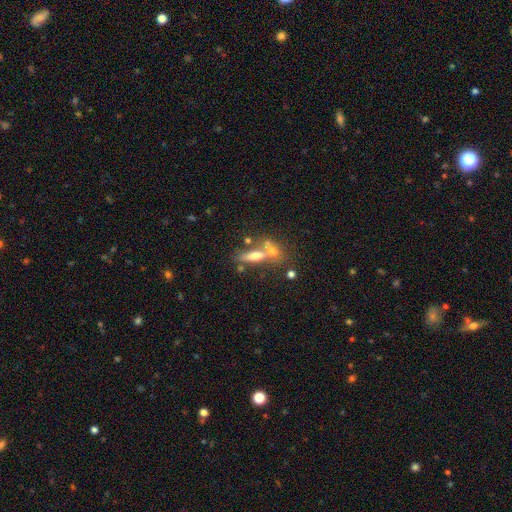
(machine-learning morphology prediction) This appears to be a smooth galaxy with no disk features (46%). Merging: merger (44%).